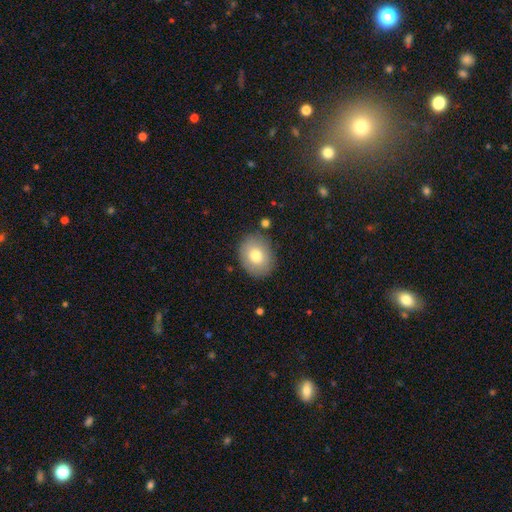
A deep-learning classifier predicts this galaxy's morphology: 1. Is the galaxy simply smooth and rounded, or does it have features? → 76% smooth, 15% featured or disk, 8% star or artifact.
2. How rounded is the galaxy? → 50% in between, 49% round, 1% cigar-shaped.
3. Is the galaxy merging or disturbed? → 84% none, 11% minor disturbance, 3% major disturbance, 3% merger.